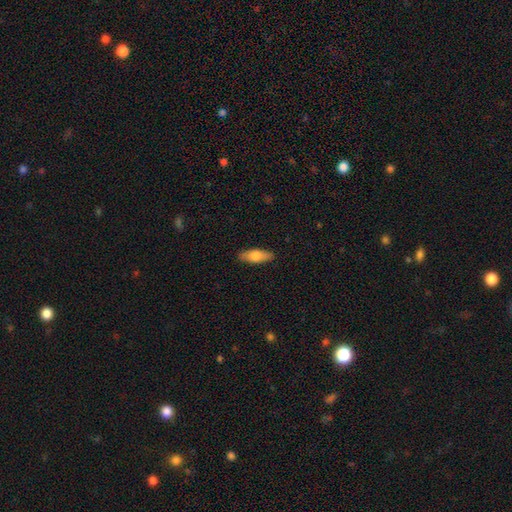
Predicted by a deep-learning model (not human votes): smooth 73%, featured or disk 21%, star or artifact 6%. Down the decision tree: how rounded — in between (63%); merging — none (88%).